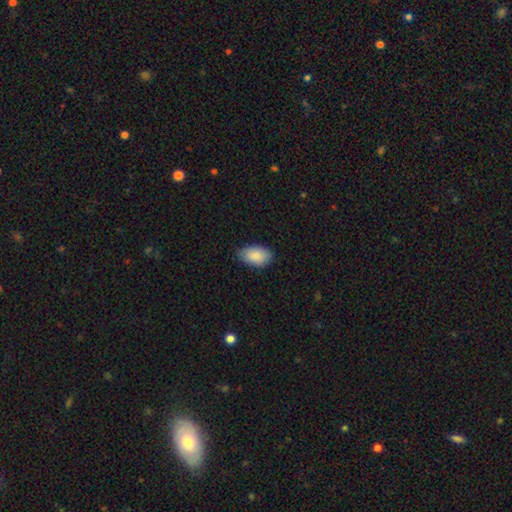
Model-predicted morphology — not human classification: This appears to be a smooth galaxy with no disk features (88%) that is in between round and cigar-shaped (93%). Merging: none (80%).